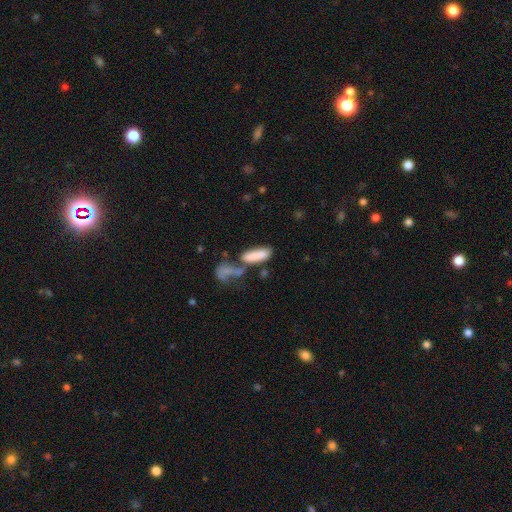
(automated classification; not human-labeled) The model was most divided on "merging": merger: 46%, none: 27%, major disturbance: 15%, minor disturbance: 12%. More confident: smooth or featured — smooth (76%); how rounded — in between (63%).